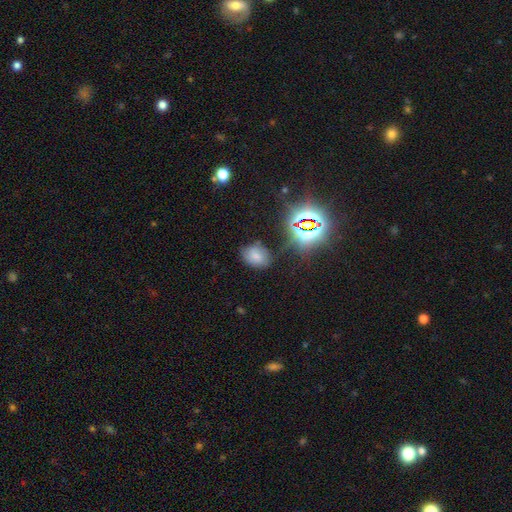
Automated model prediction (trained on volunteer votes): Smooth or featured?
  - smooth: 67% *
  - star or artifact: 22%
  - featured or disk: 11%
How rounded?
  - in between: 69% *
  - round: 30%
  - cigar-shaped: 1%
Merging?
  - none: 69% *
  - minor disturbance: 21%
  - major disturbance: 7%
  - merger: 4%